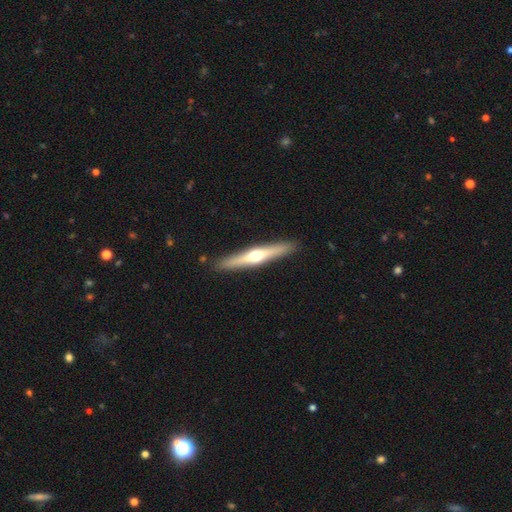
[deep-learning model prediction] Smooth or featured: featured or disk — 62% (smooth — 33%)
Edge-on disk: yes — 96% (no — 4%)
Edge-on bulge: rounded — 92% (none — 5%)
Merging: none — 91% (minor disturbance — 7%)